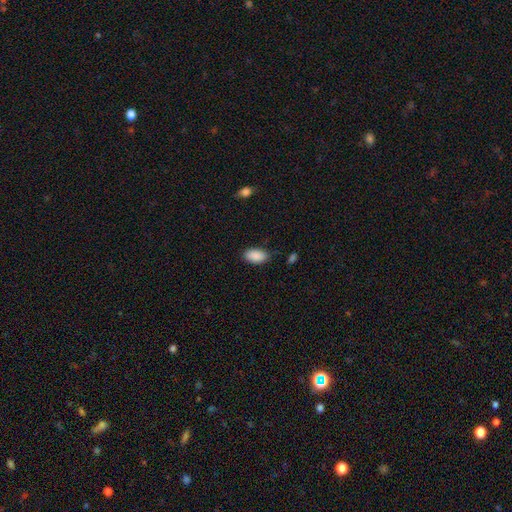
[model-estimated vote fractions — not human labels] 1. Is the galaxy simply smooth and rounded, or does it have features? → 90% smooth, 7% star or artifact, 4% featured or disk.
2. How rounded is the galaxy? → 94% in between, 3% round, 2% cigar-shaped.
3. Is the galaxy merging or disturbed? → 84% none, 12% minor disturbance, 3% major disturbance, 2% merger.